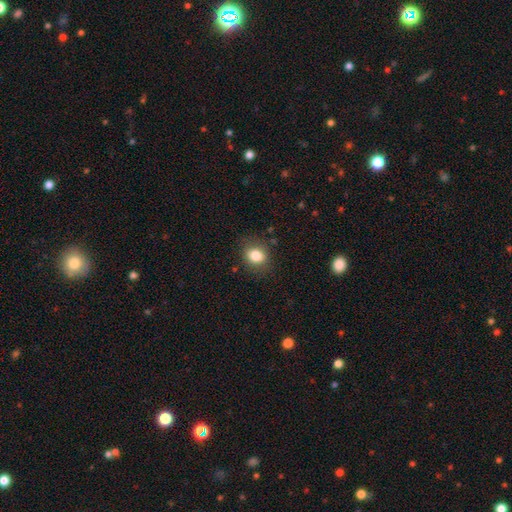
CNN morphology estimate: smooth-or-featured: smooth: 83% | star or artifact: 10% | featured or disk: 7%
  how-rounded: round: 58% | in between: 41% | cigar-shaped: 1%
  merging: none: 81% | minor disturbance: 13% | major disturbance: 4% | merger: 1%